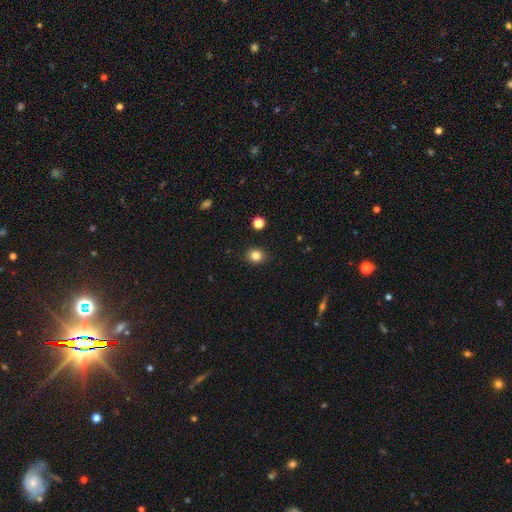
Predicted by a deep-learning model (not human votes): Smooth or featured?
  - smooth: 83% *
  - star or artifact: 12%
  - featured or disk: 6%
How rounded?
  - round: 68% *
  - in between: 31%
  - cigar-shaped: 1%
Merging?
  - none: 89% *
  - minor disturbance: 8%
  - major disturbance: 2%
  - merger: 1%